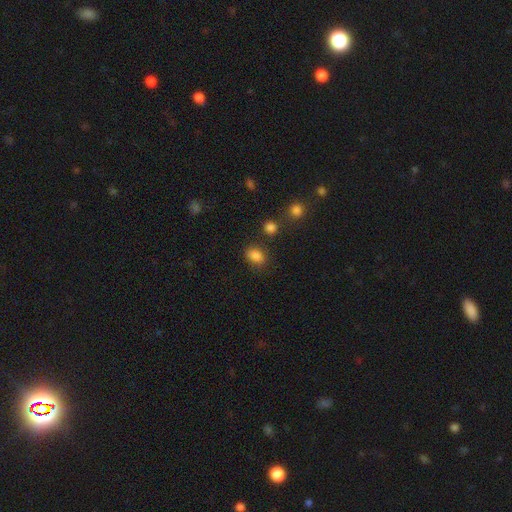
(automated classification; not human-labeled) smooth 84%, star or artifact 11%, featured or disk 4%. Down the decision tree: how rounded — in between (73%); merging — none (78%).